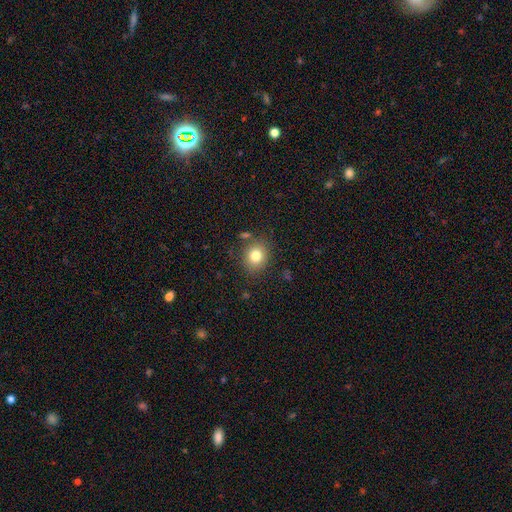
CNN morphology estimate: Overall: smooth (80%). How rounded: round (65%; in between 34%). Merging: none (81%).